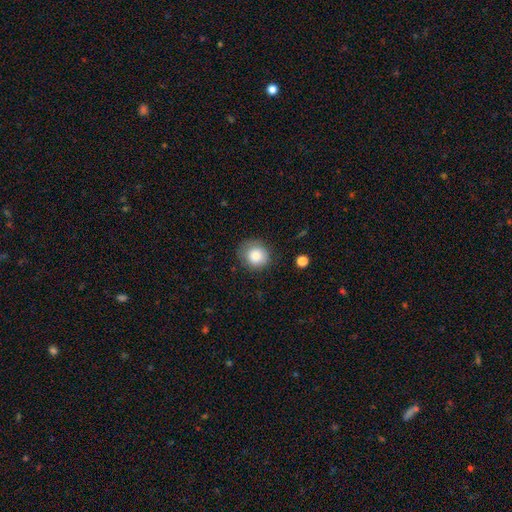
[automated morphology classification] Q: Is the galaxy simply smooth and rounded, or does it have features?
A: smooth — 82%.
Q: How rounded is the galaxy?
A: round — 84%.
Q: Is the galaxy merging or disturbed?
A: none — 77%.